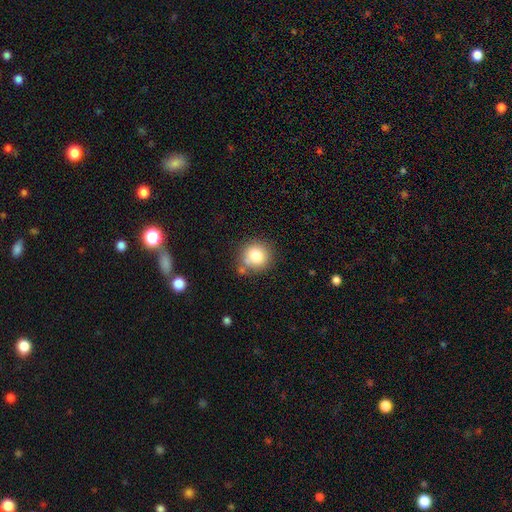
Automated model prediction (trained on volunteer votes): Overall: smooth (79%). How rounded: round (89%). Merging: none (71%).